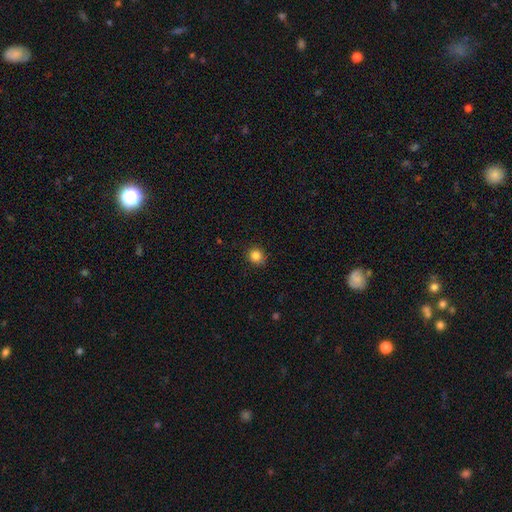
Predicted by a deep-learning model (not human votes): A smooth galaxy with no disk features (85%) that is round (89%). Merging: none (88%).